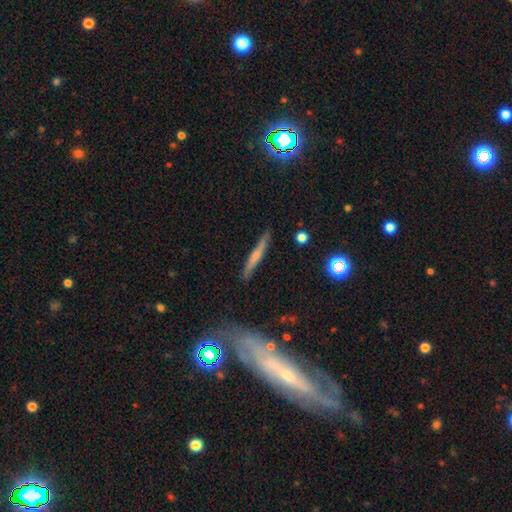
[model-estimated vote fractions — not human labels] Smooth or featured: smooth — 49% (featured or disk — 43%)
Merging: none — 85% (minor disturbance — 11%)